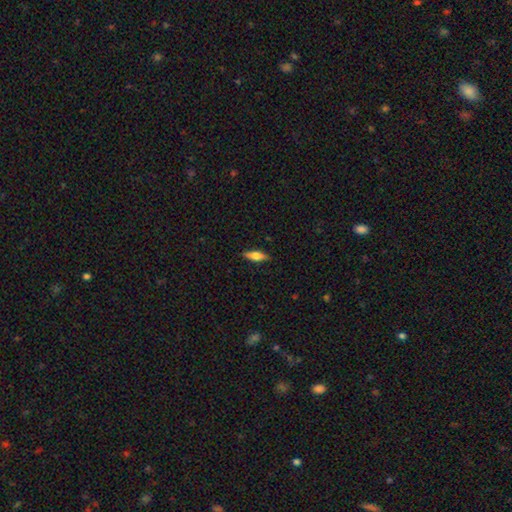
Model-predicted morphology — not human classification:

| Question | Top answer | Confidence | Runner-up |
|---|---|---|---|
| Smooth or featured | smooth | 61% | featured or disk (33%) |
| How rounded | in between | 52% | cigar-shaped (46%) |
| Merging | none | 87% | minor disturbance (9%) |